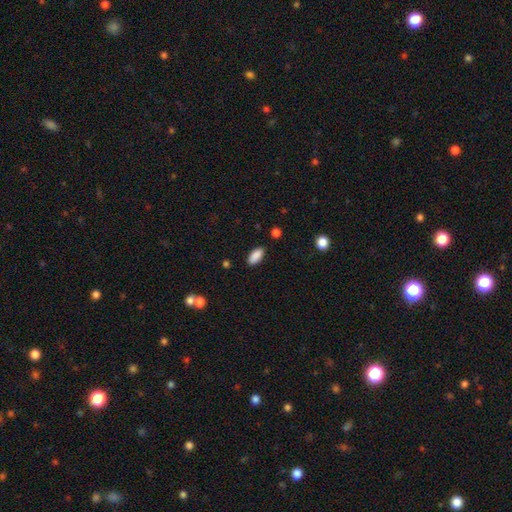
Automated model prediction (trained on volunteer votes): A smooth galaxy with no disk features (89%) that is in between round and cigar-shaped (89%).

Vote fractions:
- Smooth or featured? smooth: 89% / star or artifact: 7% / featured or disk: 4%
- How rounded? in between: 89% / cigar-shaped: 9% / round: 2%
- Merging? none: 87% / minor disturbance: 9% / major disturbance: 2% / merger: 2%